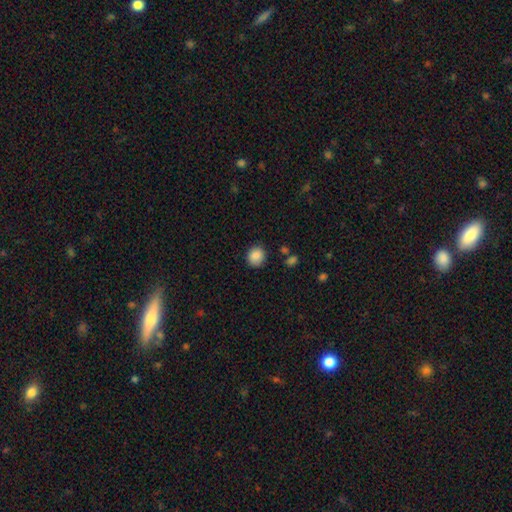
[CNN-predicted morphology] This is clearly a smooth galaxy (88%). How rounded: clearly round (81%). Merging: clearly none (84%).